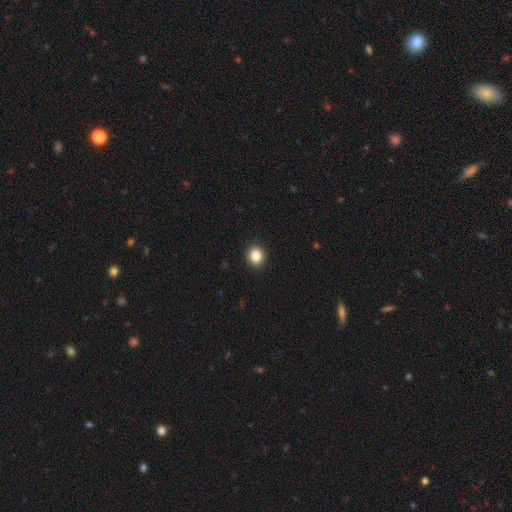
smooth_or_featured: smooth (p=0.87) [alt: star or artifact p=0.08]
how_rounded: round (p=0.79) [alt: in between p=0.21]
merging: none (p=0.83) [alt: minor disturbance p=0.11]